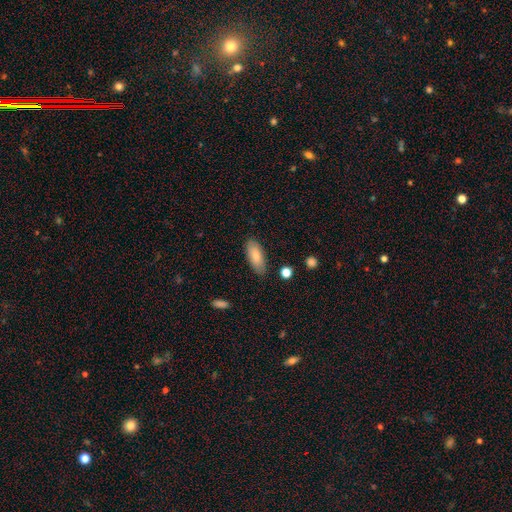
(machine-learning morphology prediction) The model was most divided on "how rounded": in between: 81%, cigar-shaped: 17%, round: 2%. More confident: merging — none (84%); smooth or featured — smooth (79%).